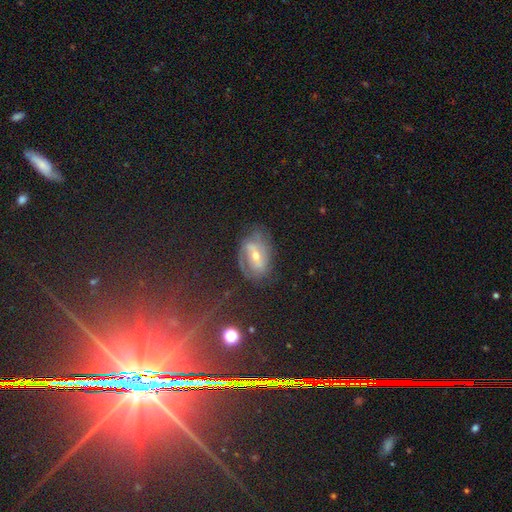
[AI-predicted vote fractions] Smooth or featured?
  - featured or disk: 67% *
  - star or artifact: 18%
  - smooth: 16%
Edge-on disk?
  - no: 94% *
  - yes: 6%
Bar?
  - weak: 43% *
  - strong: 32%
  - no: 25%
Spiral arms?
  - yes: 84% *
  - no: 16%
Spiral winding?
  - tight: 45% *
  - medium: 39%
  - loose: 17%
Spiral arm count?
  - 2: 57% *
  - can't tell: 25%
  - 3: 7%
  - 1: 7%
  - 4: 3%
  - more than 4: 3%
Bulge size?
  - moderate: 50% *
  - small: 46%
  - large: 2%
  - none: 1%
  - dominant: 1%
Merging?
  - none: 67% *
  - minor disturbance: 21%
  - major disturbance: 10%
  - merger: 2%